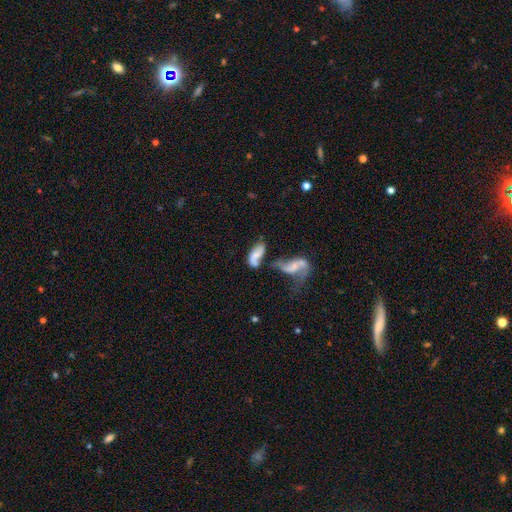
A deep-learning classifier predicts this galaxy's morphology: type=featured or disk (51%); edge-on=no (93%); merging=merger (53%).